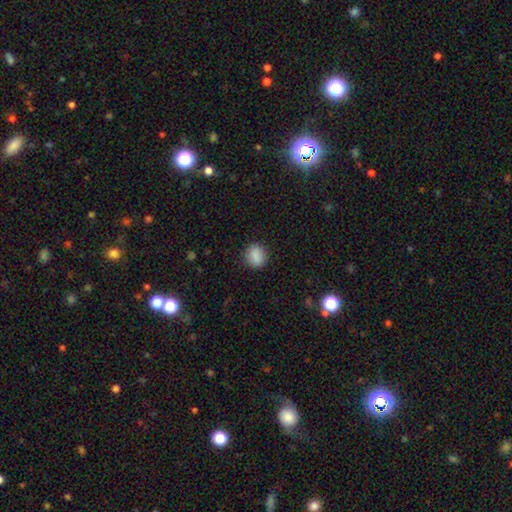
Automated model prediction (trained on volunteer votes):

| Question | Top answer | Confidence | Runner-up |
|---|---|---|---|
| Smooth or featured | smooth | 87% | star or artifact (9%) |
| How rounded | round | 73% | in between (26%) |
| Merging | none | 88% | minor disturbance (9%) |